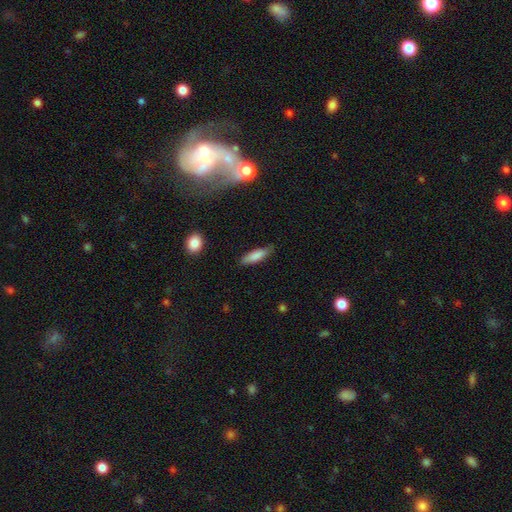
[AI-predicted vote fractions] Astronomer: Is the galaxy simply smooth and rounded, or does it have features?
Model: smooth — 81%.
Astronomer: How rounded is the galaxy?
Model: cigar-shaped — 61% (runner-up: in between, 38%).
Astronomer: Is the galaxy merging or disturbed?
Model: none — 81%.